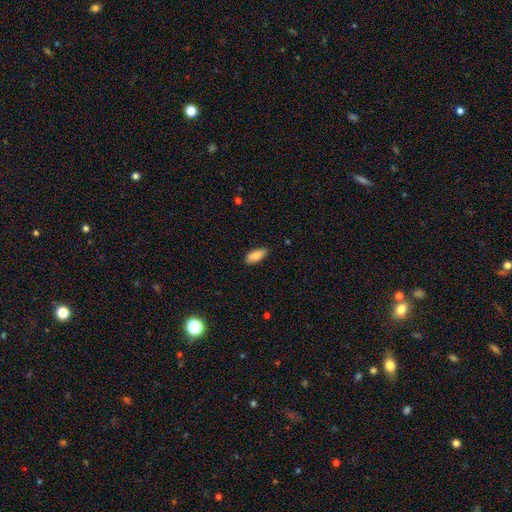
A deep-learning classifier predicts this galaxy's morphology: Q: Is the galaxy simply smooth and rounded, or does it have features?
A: smooth — 84%.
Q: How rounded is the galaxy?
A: in between — 85%.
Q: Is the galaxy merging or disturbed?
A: none — 81%.